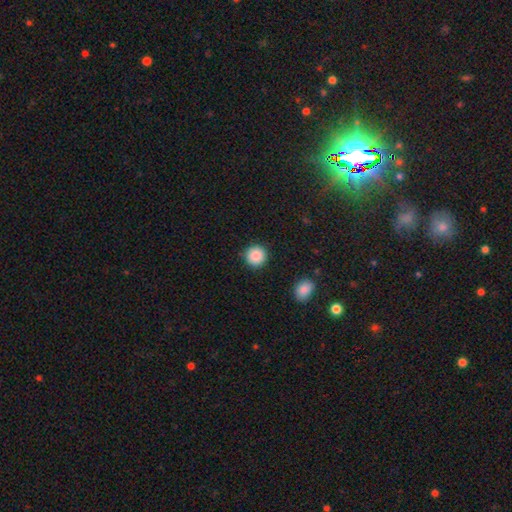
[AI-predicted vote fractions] This is clearly a smooth galaxy (89%). How rounded: clearly round (94%). Merging: clearly none (91%).